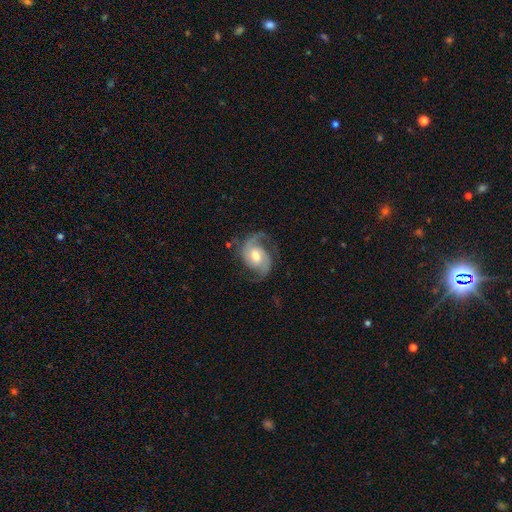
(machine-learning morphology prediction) Smooth or featured? Predicted: featured or disk (p=0.86). Edge-on disk? Predicted: no (p=0.97). Bar? Predicted: no (p=0.53). Spiral arms? Predicted: yes (p=0.97). Spiral winding? Predicted: medium (p=0.50). Spiral arm count? Predicted: 2 (p=0.84). Bulge size? Predicted: moderate (p=0.69). Merging? Predicted: none (p=0.68).